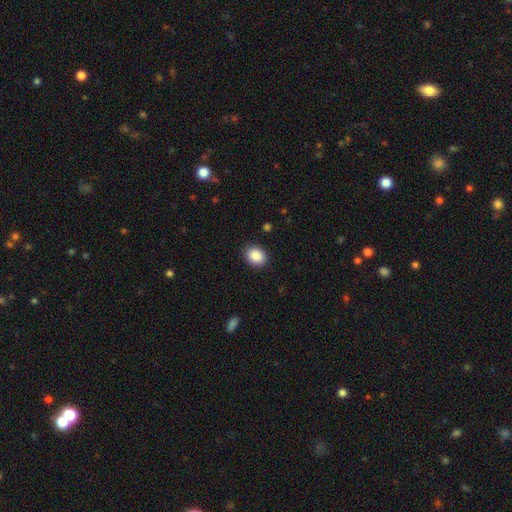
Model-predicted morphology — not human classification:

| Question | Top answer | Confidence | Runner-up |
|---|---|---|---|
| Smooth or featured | smooth | 88% | star or artifact (8%) |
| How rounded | in between | 57% | round (42%) |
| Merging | none | 89% | minor disturbance (8%) |